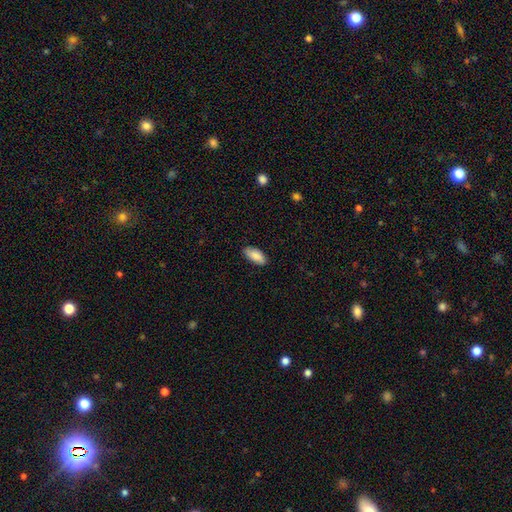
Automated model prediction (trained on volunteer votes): This is clearly a smooth galaxy (86%). How rounded: clearly in between (88%). Merging: clearly none (86%).